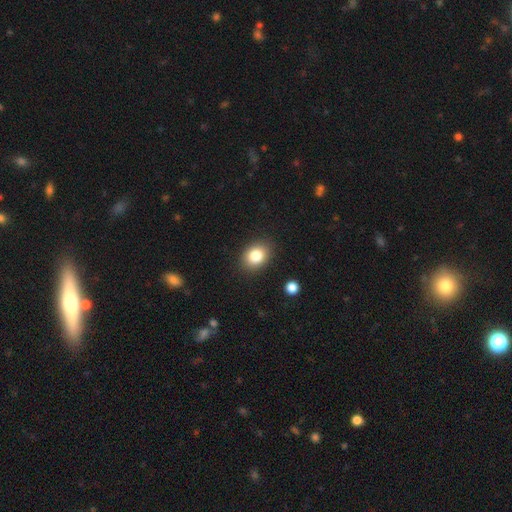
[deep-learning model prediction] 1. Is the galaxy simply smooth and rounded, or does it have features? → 82% smooth, 10% star or artifact, 8% featured or disk.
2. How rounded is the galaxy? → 60% in between, 39% round, 1% cigar-shaped.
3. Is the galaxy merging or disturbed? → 87% none, 9% minor disturbance, 2% major disturbance, 2% merger.